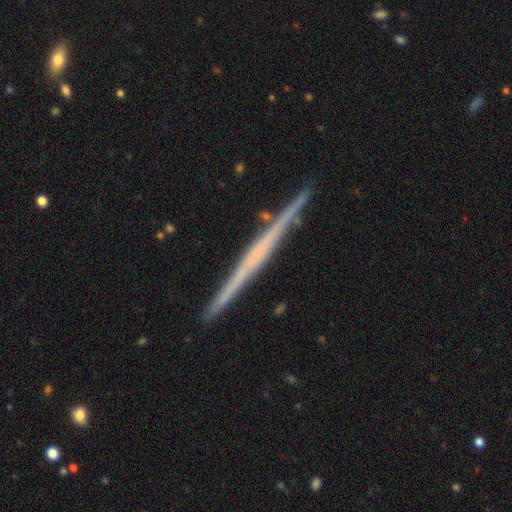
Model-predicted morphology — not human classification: Smooth or featured?
  - featured or disk: 71% *
  - smooth: 23%
  - star or artifact: 6%
Edge-on disk?
  - yes: 98% *
  - no: 2%
Edge-on bulge?
  - none: 85% *
  - rounded: 9%
  - boxy: 5%
Merging?
  - none: 90% *
  - minor disturbance: 7%
  - merger: 1%
  - major disturbance: 1%